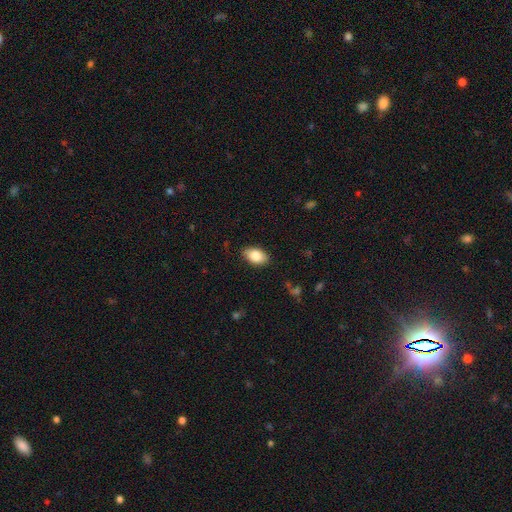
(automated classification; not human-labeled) smooth-or-featured: smooth: 82% | featured or disk: 11% | star or artifact: 7%
  how-rounded: in between: 92% | round: 7% | cigar-shaped: 2%
  merging: none: 87% | minor disturbance: 10% | major disturbance: 2% | merger: 1%